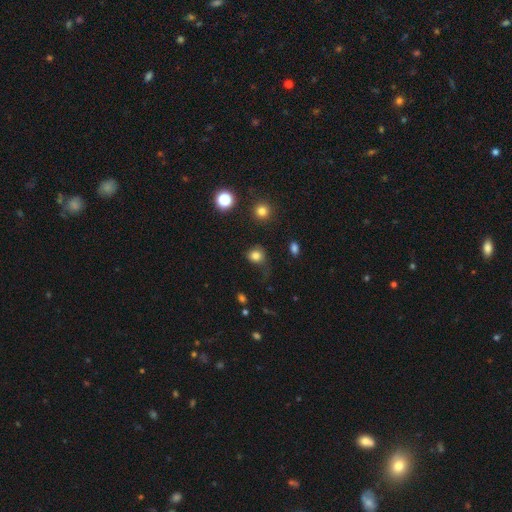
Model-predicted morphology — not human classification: Smooth or featured?
  - smooth: 81% *
  - star or artifact: 13%
  - featured or disk: 6%
How rounded?
  - round: 79% *
  - in between: 20%
  - cigar-shaped: 1%
Merging?
  - none: 61% *
  - minor disturbance: 23%
  - major disturbance: 14%
  - merger: 2%